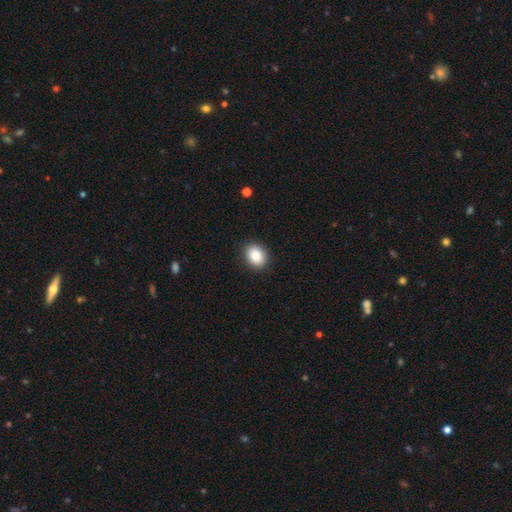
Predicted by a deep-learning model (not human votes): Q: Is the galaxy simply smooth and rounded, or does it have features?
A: smooth — 87%.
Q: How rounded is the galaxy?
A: in between — 58%.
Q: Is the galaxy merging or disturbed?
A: none — 89%.